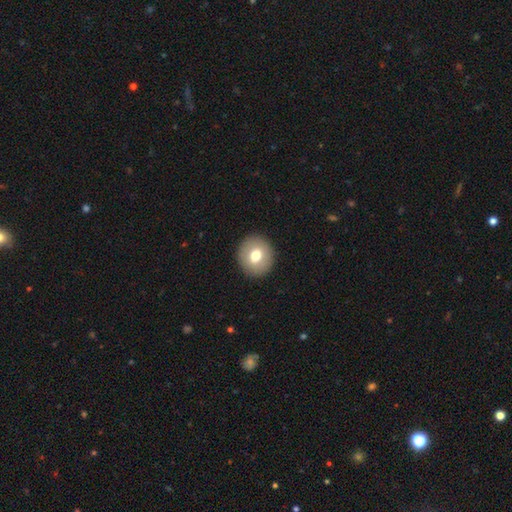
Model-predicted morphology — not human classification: Smooth or featured?
  - smooth: 72% *
  - featured or disk: 20%
  - star or artifact: 8%
How rounded?
  - round: 82% *
  - in between: 17%
  - cigar-shaped: 1%
Merging?
  - none: 91% *
  - minor disturbance: 6%
  - major disturbance: 2%
  - merger: 1%